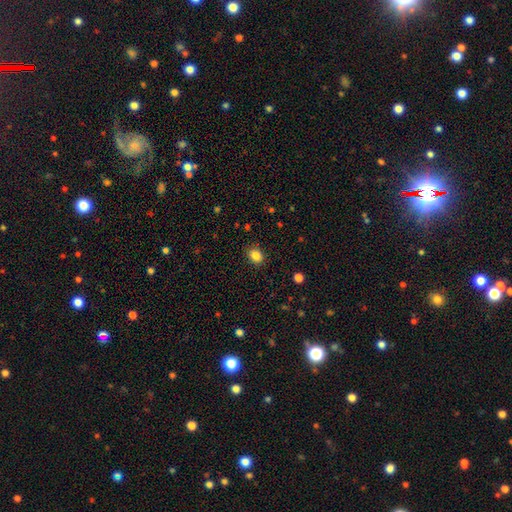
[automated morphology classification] A smooth galaxy with no disk features (85%) that is in between round and cigar-shaped (50%). Merging: none (88%).